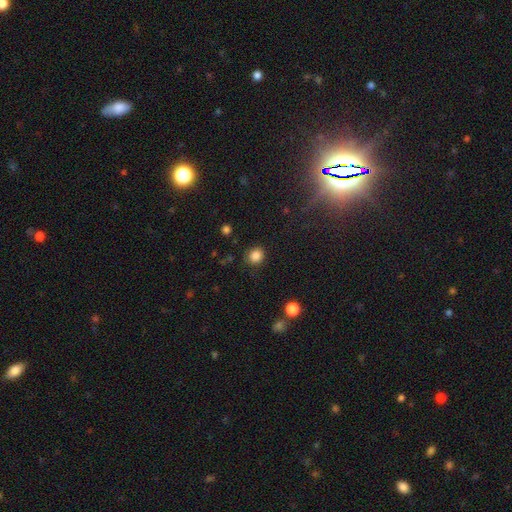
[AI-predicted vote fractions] Smooth or featured: smooth — 85% (star or artifact — 11%)
How rounded: round — 85% (in between — 15%)
Merging: none — 86% (minor disturbance — 9%)